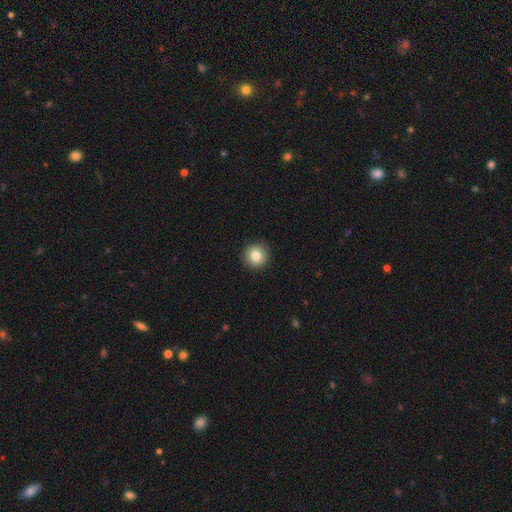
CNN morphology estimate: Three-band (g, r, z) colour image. It shows a smooth galaxy with no disk features (83%) that is round (93%). Merging: none (91%).